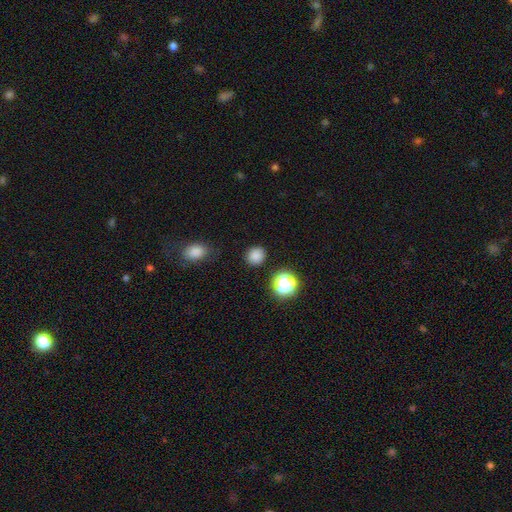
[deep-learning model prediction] This is clearly a smooth galaxy (81%). How rounded: clearly round (83%). Merging: clearly none (86%).